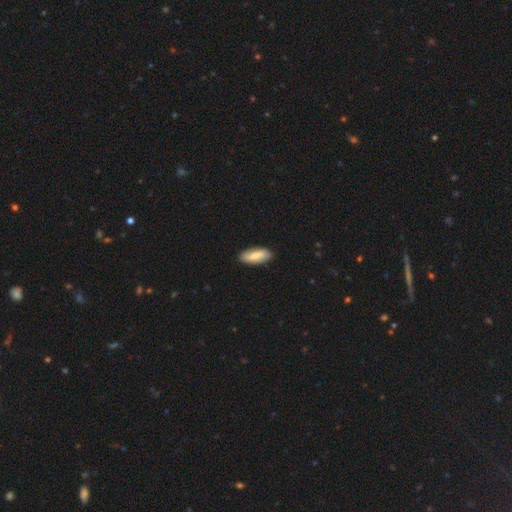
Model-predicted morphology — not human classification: This is likely a smooth galaxy (72%). How rounded: likely in between (77%). Merging: clearly none (88%).